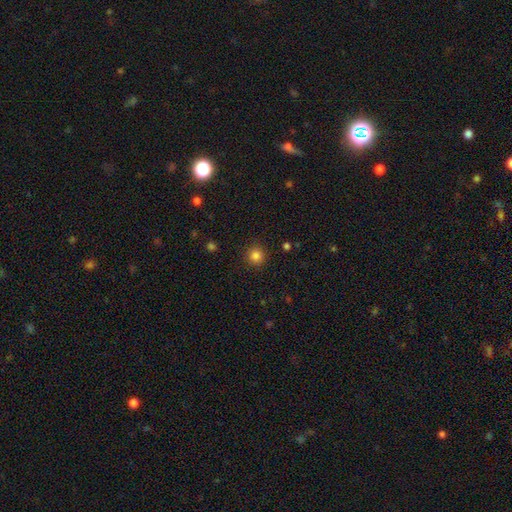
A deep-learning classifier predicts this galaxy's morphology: This is clearly a smooth galaxy (83%). How rounded: clearly round (94%). Merging: clearly none (91%).